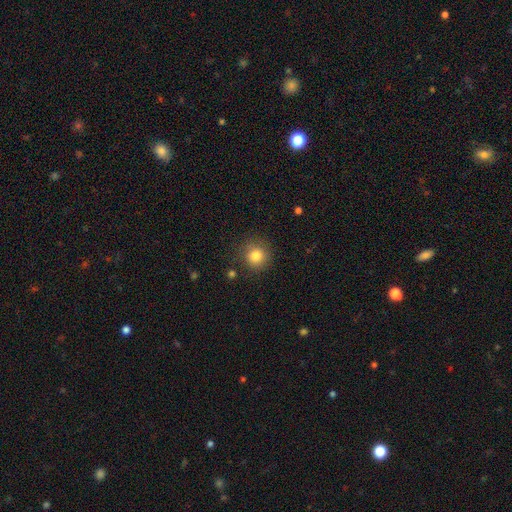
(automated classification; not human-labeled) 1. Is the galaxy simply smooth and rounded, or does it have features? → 83% smooth, 11% star or artifact, 6% featured or disk.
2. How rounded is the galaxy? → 91% round, 8% in between, 1% cigar-shaped.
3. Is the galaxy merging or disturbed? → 83% none, 11% minor disturbance, 3% major disturbance, 2% merger.